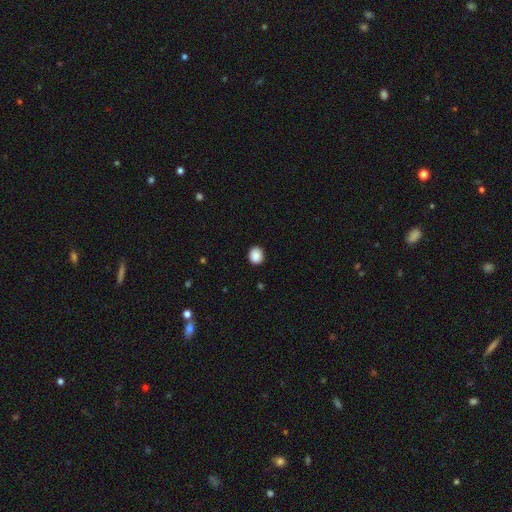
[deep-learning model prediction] A smooth galaxy with no disk features (89%) that is round (67%).

Vote fractions:
- Smooth or featured? smooth: 89% / star or artifact: 9% / featured or disk: 3%
- How rounded? round: 67% / in between: 32% / cigar-shaped: 1%
- Merging? none: 90% / minor disturbance: 8% / major disturbance: 2% / merger: 1%